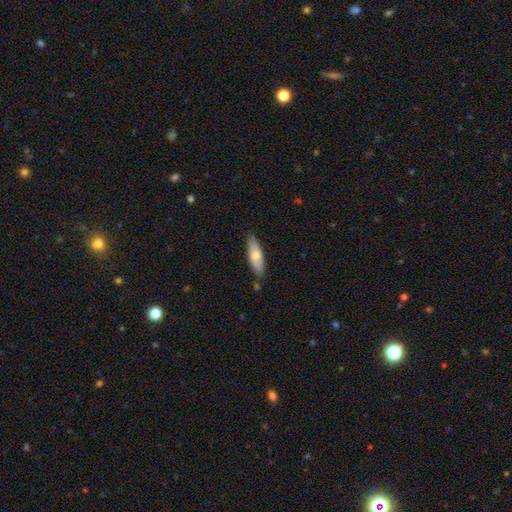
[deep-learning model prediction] smooth_or_featured: smooth (p=0.68) [alt: featured or disk p=0.26]
how_rounded: in between (p=0.50) [alt: cigar-shaped p=0.48]
merging: none (p=0.79) [alt: minor disturbance p=0.15]